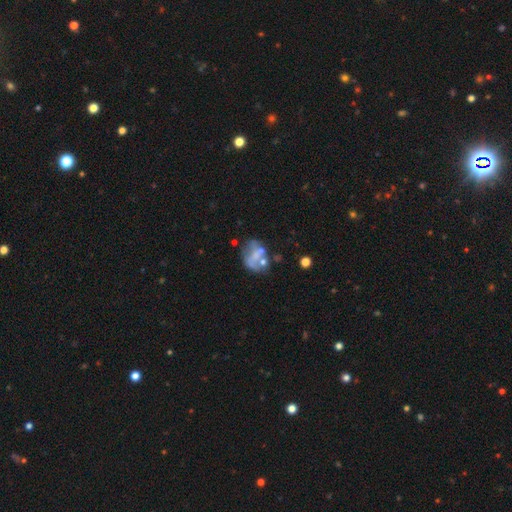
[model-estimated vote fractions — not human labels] This is possibly a featured or disk galaxy (50%). Merging: marginally none (37%).